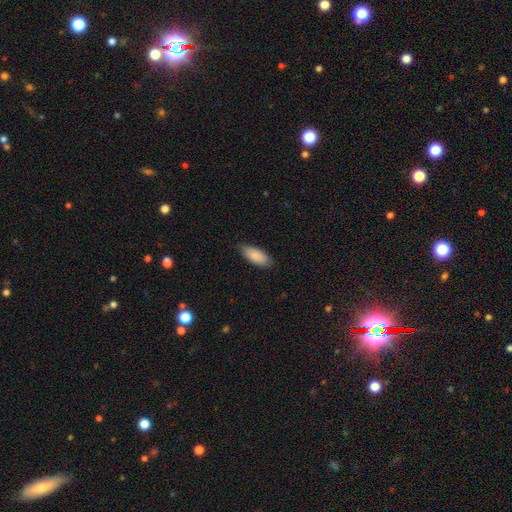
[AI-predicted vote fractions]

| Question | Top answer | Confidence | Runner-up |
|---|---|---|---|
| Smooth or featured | smooth | 88% | featured or disk (6%) |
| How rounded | in between | 83% | cigar-shaped (15%) |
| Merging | none | 80% | minor disturbance (16%) |